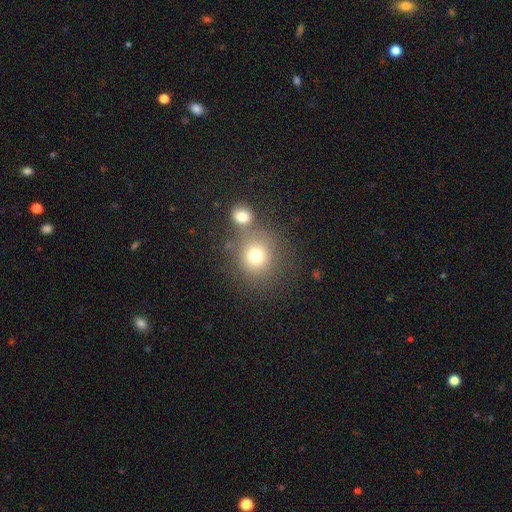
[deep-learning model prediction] smooth-or-featured: smooth: 74% | star or artifact: 15% | featured or disk: 11%
  how-rounded: round: 85% | in between: 14% | cigar-shaped: 1%
  merging: none: 61% | merger: 25% | minor disturbance: 9% | major disturbance: 5%